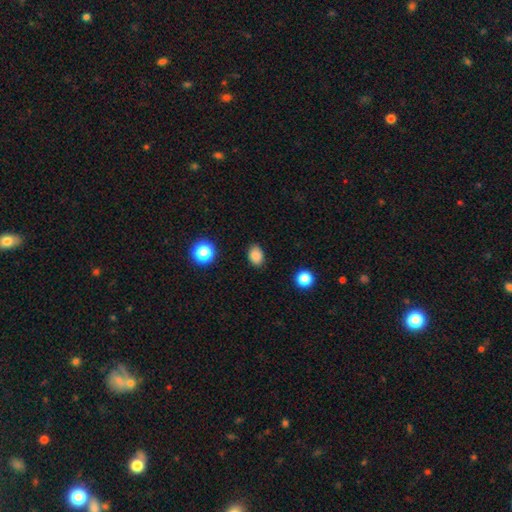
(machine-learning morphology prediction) smooth_or_featured: smooth (p=0.85) [alt: star or artifact p=0.11]
how_rounded: in between (p=0.70) [alt: round p=0.29]
merging: none (p=0.84) [alt: minor disturbance p=0.11]